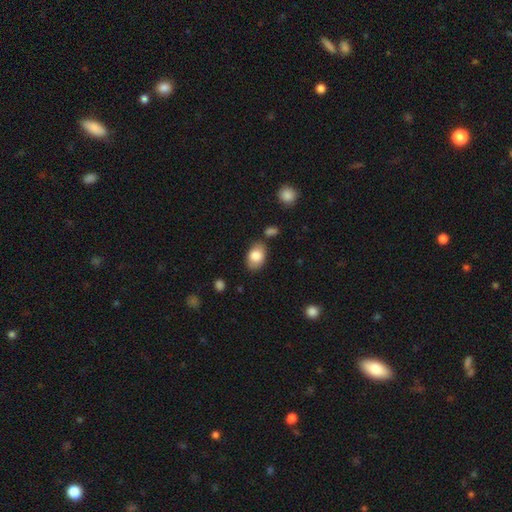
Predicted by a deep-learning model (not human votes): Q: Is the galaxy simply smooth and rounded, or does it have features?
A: smooth — 81%.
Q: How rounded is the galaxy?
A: in between — 86%.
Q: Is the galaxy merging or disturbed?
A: none — 76%.